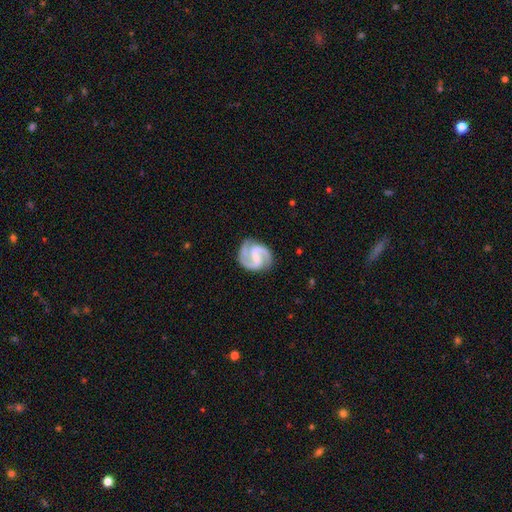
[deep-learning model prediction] Smooth or featured? Predicted: featured or disk (p=0.92). Edge-on disk? Predicted: no (p=0.98). Bar? Predicted: weak (p=0.50). Spiral arms? Predicted: yes (p=0.98). Spiral winding? Predicted: medium (p=0.59). Spiral arm count? Predicted: 2 (p=0.86). Bulge size? Predicted: small (p=0.59). Merging? Predicted: none (p=0.82).